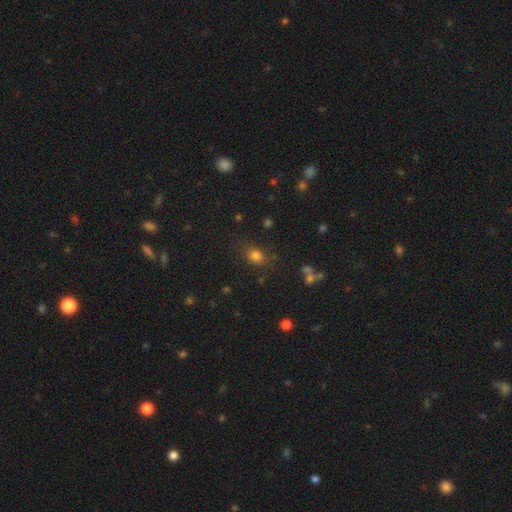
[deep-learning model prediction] smooth-or-featured: smooth: 77% | star or artifact: 16% | featured or disk: 7%
  how-rounded: round: 63% | in between: 36% | cigar-shaped: 2%
  merging: none: 73% | minor disturbance: 16% | major disturbance: 7% | merger: 4%